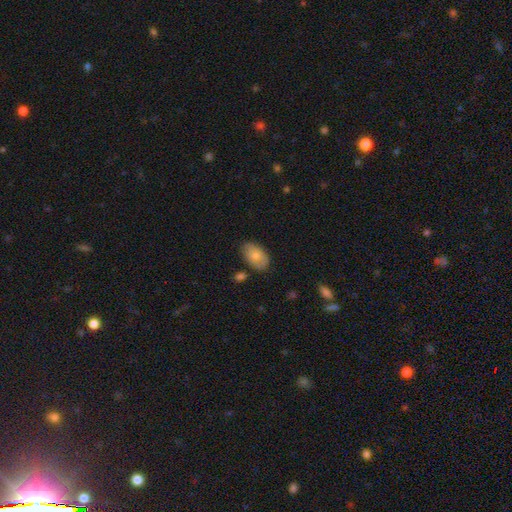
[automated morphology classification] This appears to be a smooth galaxy with no disk features (76%) that is in between round and cigar-shaped (92%). Merging: none (75%).